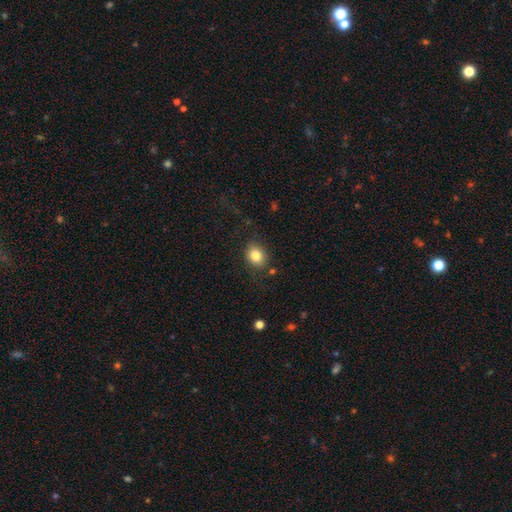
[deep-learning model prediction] Smooth or featured?
  - smooth: 82% *
  - star or artifact: 9%
  - featured or disk: 8%
How rounded?
  - in between: 55% *
  - round: 44%
  - cigar-shaped: 1%
Merging?
  - none: 79% *
  - minor disturbance: 13%
  - major disturbance: 5%
  - merger: 3%